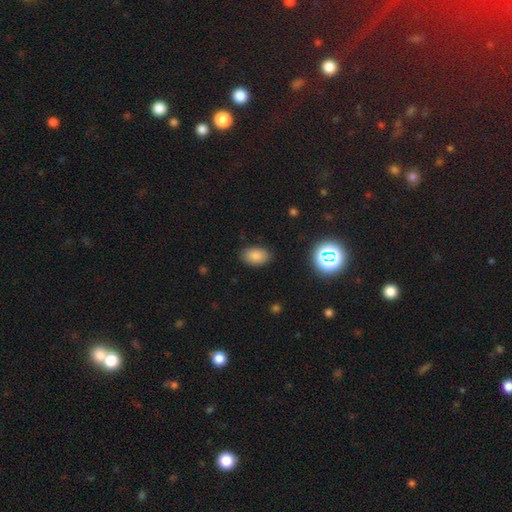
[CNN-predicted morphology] Overall: smooth (82%). How rounded: in between (88%). Merging: none (85%).